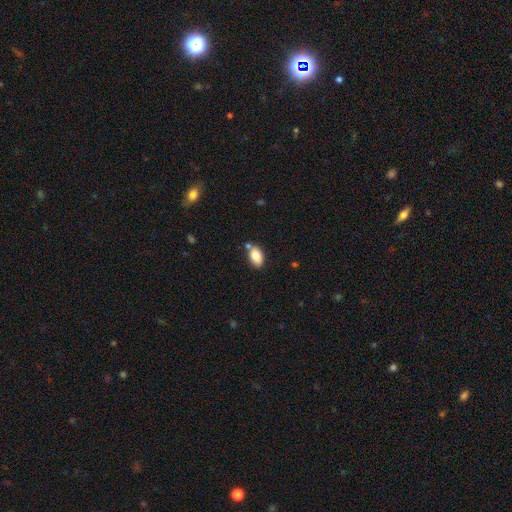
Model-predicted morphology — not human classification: smooth_or_featured: smooth (p=0.85) [alt: featured or disk p=0.08]
how_rounded: in between (p=0.91) [alt: round p=0.07]
merging: none (p=0.68) [alt: minor disturbance p=0.16]